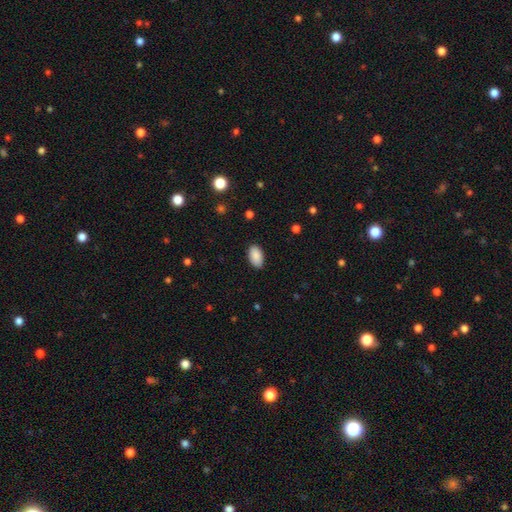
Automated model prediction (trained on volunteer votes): Smooth or featured? Predicted: smooth (p=0.89). How rounded? Predicted: in between (p=0.95). Merging? Predicted: none (p=0.87).